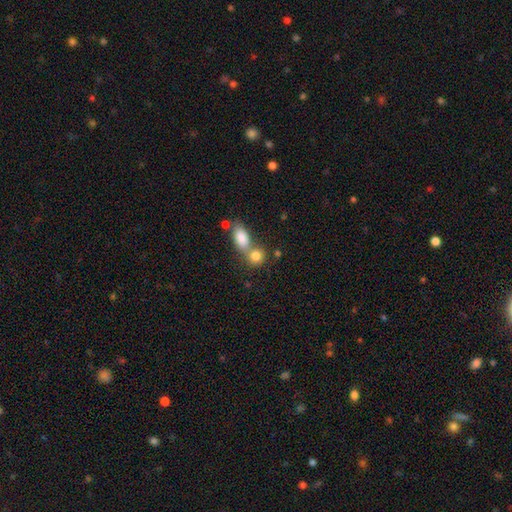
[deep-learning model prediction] Overall: smooth (82%). How rounded: round (58%; in between 39%). Merging: merger (49%; none 39%).